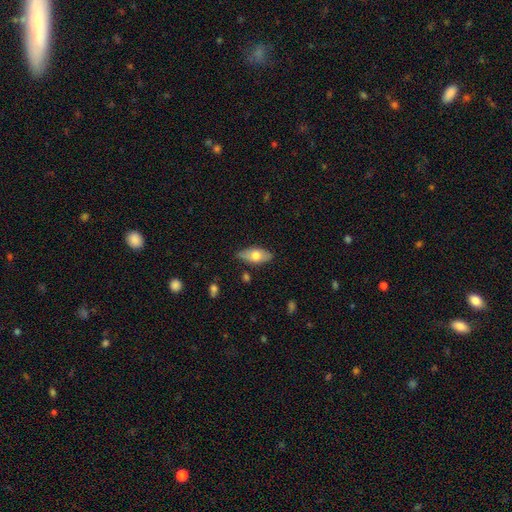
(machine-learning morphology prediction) type=smooth (65%); roundness=in between (87%); merging=none (81%).